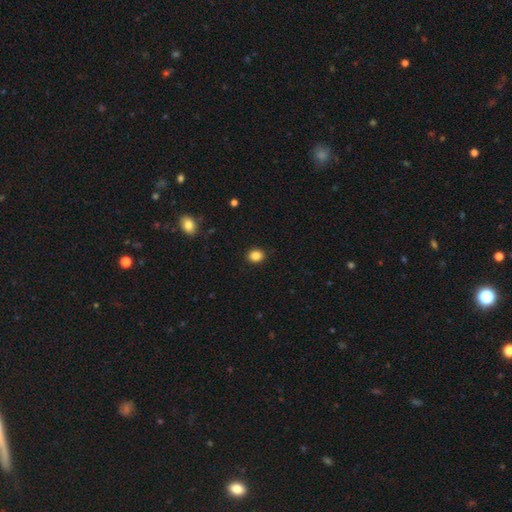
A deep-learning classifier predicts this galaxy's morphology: This is clearly a smooth galaxy (86%). How rounded: possibly round (58%). Merging: clearly none (90%).